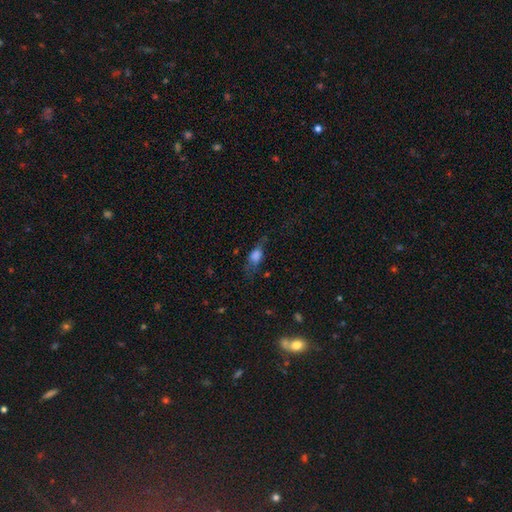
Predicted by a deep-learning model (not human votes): Smooth or featured? smooth (61%)
How rounded? in between (69%)
Merging? none (48%)